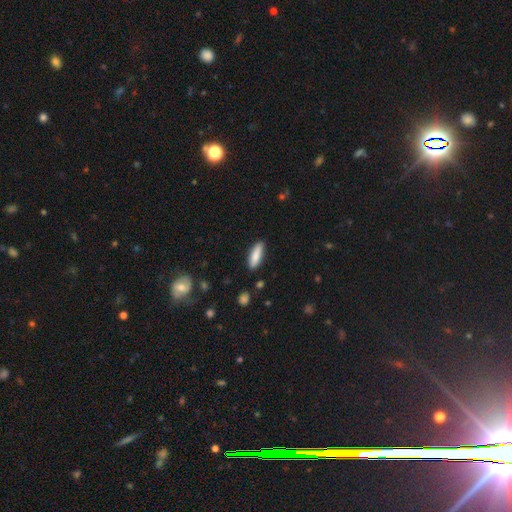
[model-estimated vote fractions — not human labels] Q: Smooth or featured?
A: smooth (83%); runner-up: featured or disk (11%)
Q: How rounded?
A: cigar-shaped (53%); runner-up: in between (45%)
Q: Merging?
A: none (87%); runner-up: minor disturbance (10%)